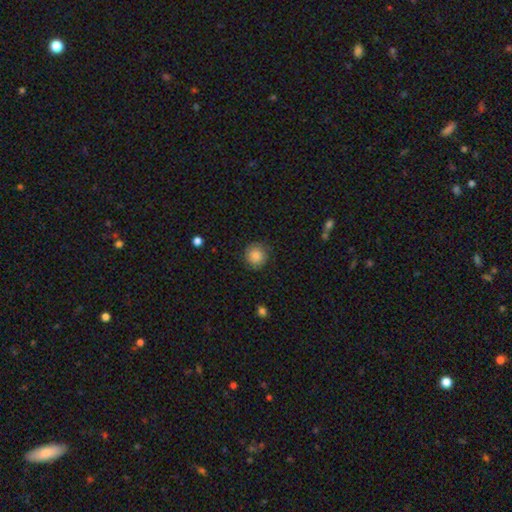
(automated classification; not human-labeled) Overall: smooth (86%). How rounded: round (92%). Merging: none (85%).